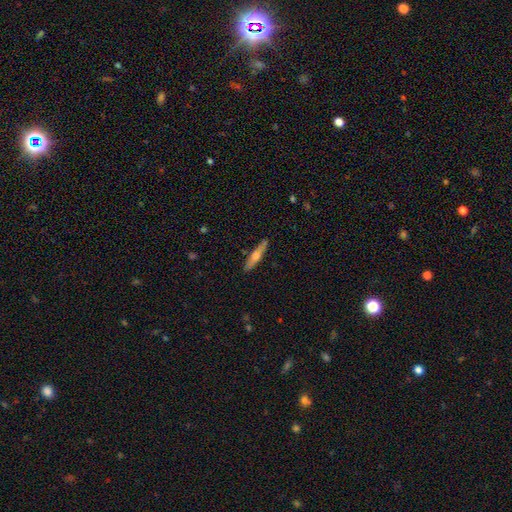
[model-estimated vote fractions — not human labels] Smooth or featured? Predicted: featured or disk (p=0.52). Edge-on disk? Predicted: yes (p=0.93). Merging? Predicted: none (p=0.89).